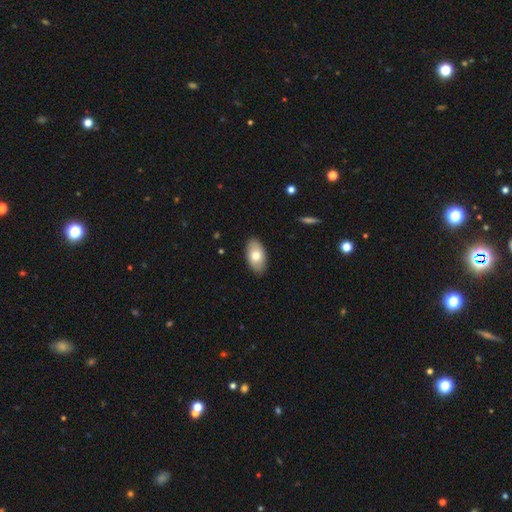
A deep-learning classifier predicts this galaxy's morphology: smooth 74%, featured or disk 20%, star or artifact 6%. Down the decision tree: how rounded — in between (94%); merging — none (88%).